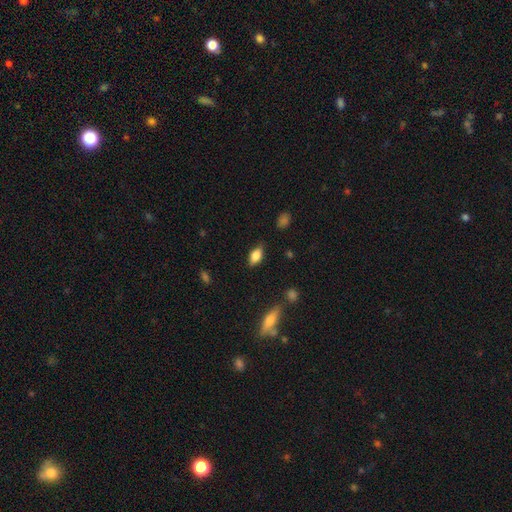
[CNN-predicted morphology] Smooth or featured: smooth — 79% (featured or disk — 13%)
How rounded: in between — 88% (cigar-shaped — 7%)
Merging: none — 81% (minor disturbance — 14%)